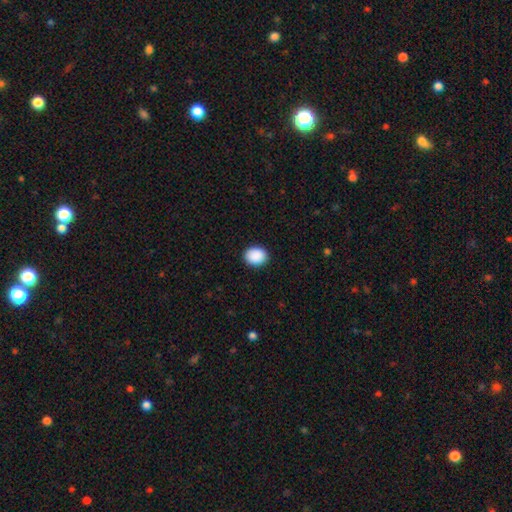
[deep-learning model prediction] Smooth or featured: smooth — 91% (star or artifact — 7%)
How rounded: round — 52% (in between — 47%)
Merging: none — 90% (minor disturbance — 7%)